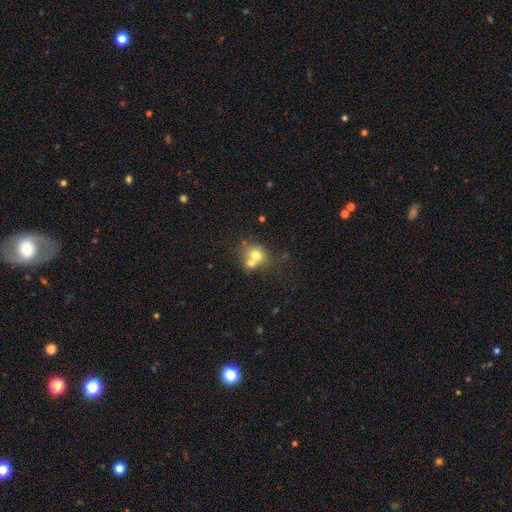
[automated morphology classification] Smooth or featured? Predicted: smooth (p=0.69). How rounded? Predicted: round (p=0.69). Merging? Predicted: merger (p=0.51).